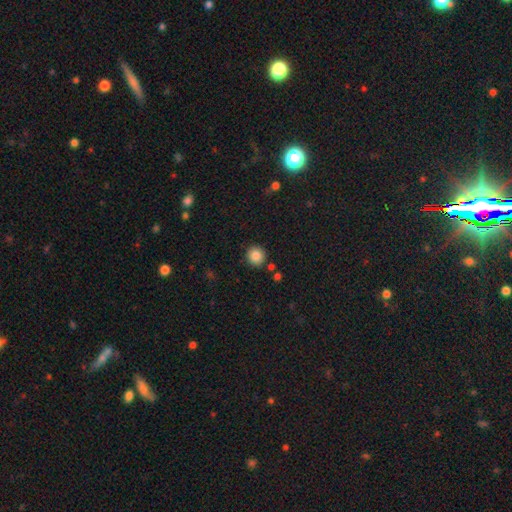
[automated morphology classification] smooth 86%, star or artifact 10%, featured or disk 5%. Down the decision tree: how rounded — round (91%); merging — none (88%).